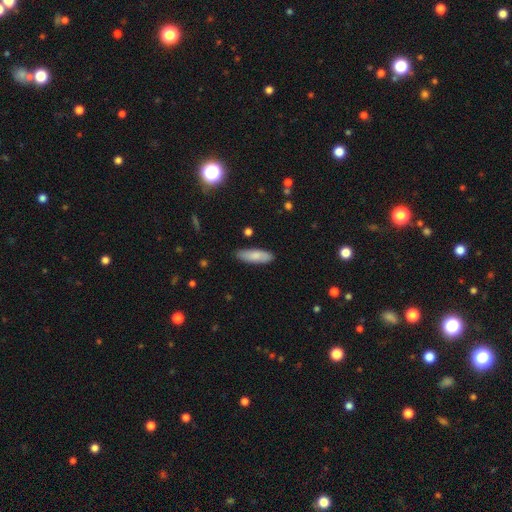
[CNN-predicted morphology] type=smooth (82%); roundness=in between (55%); merging=none (87%).